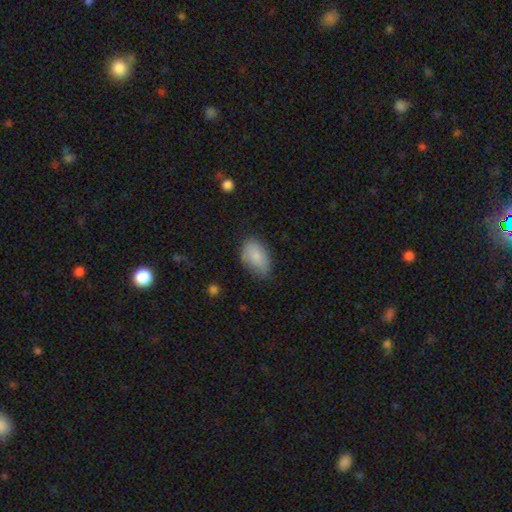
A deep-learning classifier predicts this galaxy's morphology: smooth_or_featured: smooth (p=0.84) [alt: featured or disk p=0.09]
how_rounded: in between (p=0.92) [alt: round p=0.07]
merging: none (p=0.62) [alt: minor disturbance p=0.30]